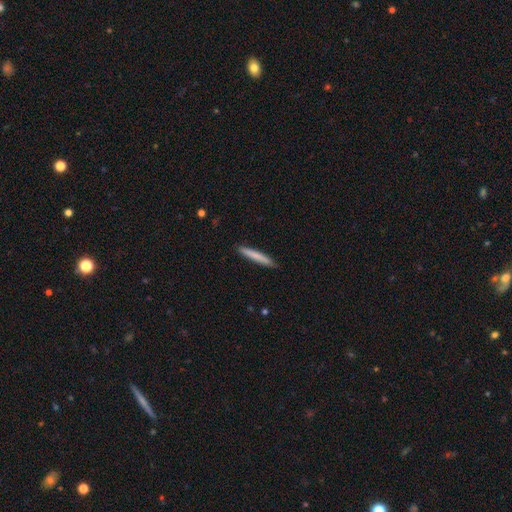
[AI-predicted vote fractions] smooth_or_featured: smooth (p=0.76) [alt: featured or disk p=0.18]
how_rounded: cigar-shaped (p=0.96) [alt: in between p=0.03]
merging: none (p=0.89) [alt: minor disturbance p=0.08]